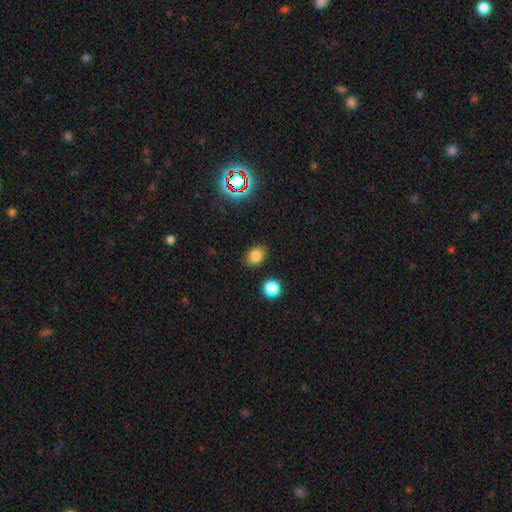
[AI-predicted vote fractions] smooth_or_featured: smooth (p=0.79) [alt: star or artifact p=0.14]
how_rounded: in between (p=0.70) [alt: round p=0.29]
merging: none (p=0.85) [alt: minor disturbance p=0.10]